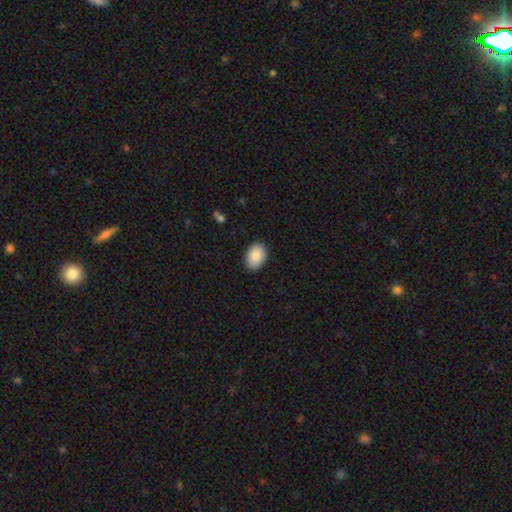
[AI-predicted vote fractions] Morphology: type=smooth (88%); roundness=in between (84%); merging=none (88%).